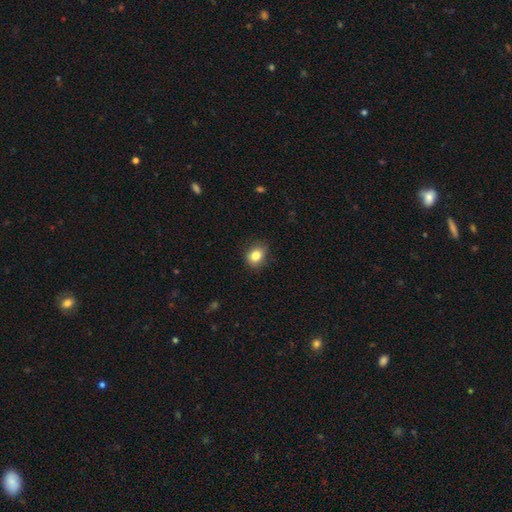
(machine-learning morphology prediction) Overall: smooth (83%). How rounded: round (58%; in between 41%). Merging: none (83%).